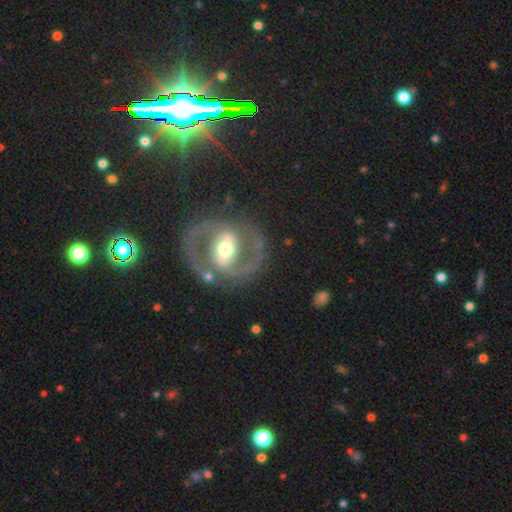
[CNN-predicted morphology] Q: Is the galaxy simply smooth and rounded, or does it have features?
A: featured or disk — 81%.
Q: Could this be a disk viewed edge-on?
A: no — 94%.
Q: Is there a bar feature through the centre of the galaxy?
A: strong — 53%.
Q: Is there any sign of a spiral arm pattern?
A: yes — 84%.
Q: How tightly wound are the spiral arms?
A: medium — 51%.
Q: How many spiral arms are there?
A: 2 — 86%.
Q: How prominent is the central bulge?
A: moderate — 59%.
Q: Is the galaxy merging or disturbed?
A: none — 79%.